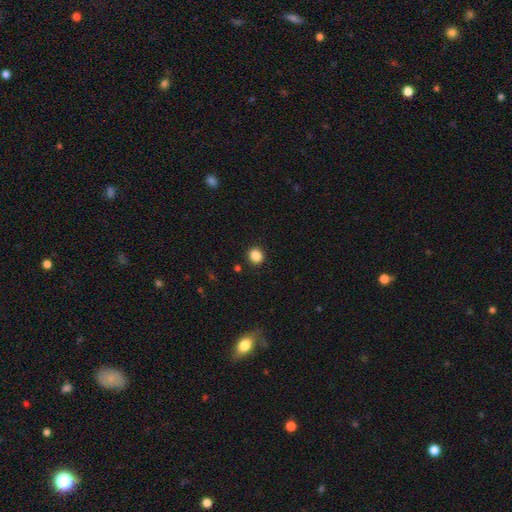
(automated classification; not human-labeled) A smooth galaxy with no disk features (87%) that is round (83%).

Vote fractions:
- Smooth or featured? smooth: 87% / star or artifact: 10% / featured or disk: 3%
- How rounded? round: 83% / in between: 16% / cigar-shaped: 1%
- Merging? none: 91% / minor disturbance: 5% / major disturbance: 2% / merger: 1%